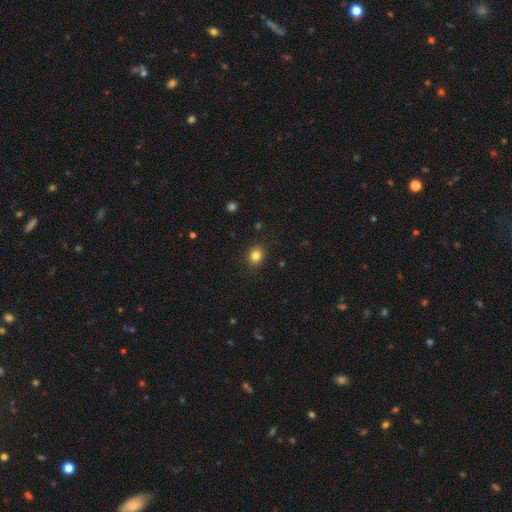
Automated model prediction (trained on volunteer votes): The model was most divided on "how rounded": round: 69%, in between: 31%, cigar-shaped: 1%. More confident: merging — none (89%); smooth or featured — smooth (82%).